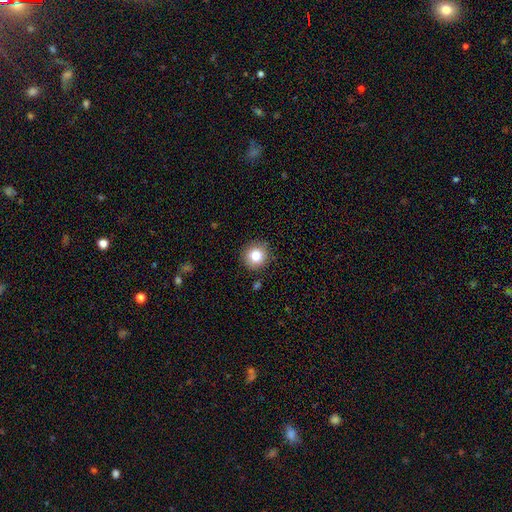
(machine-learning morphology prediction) Smooth or featured: smooth — 82% (star or artifact — 10%)
How rounded: round — 92% (in between — 7%)
Merging: none — 88% (minor disturbance — 8%)